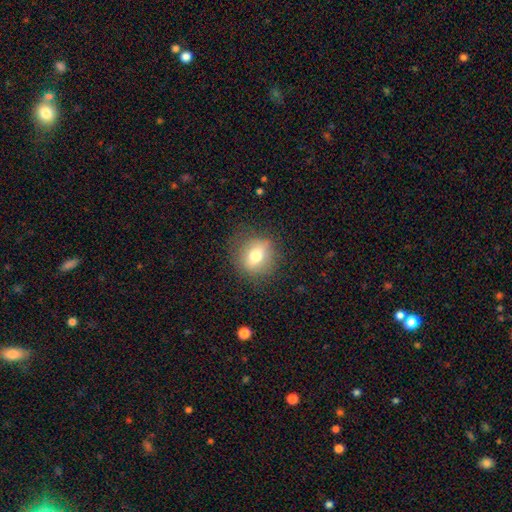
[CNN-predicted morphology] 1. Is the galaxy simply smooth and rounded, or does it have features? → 68% smooth, 22% featured or disk, 10% star or artifact.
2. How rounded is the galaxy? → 76% round, 23% in between, 2% cigar-shaped.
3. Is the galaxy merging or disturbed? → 81% none, 13% minor disturbance, 5% major disturbance, 1% merger.